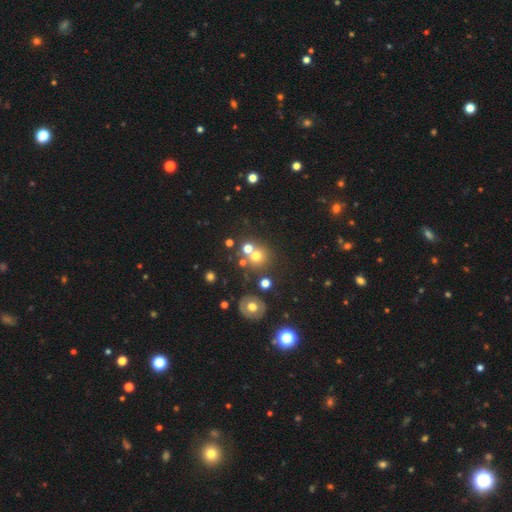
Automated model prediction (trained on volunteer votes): This appears to be a smooth galaxy with no disk features (67%) that is round (87%). Merging: none (59%).